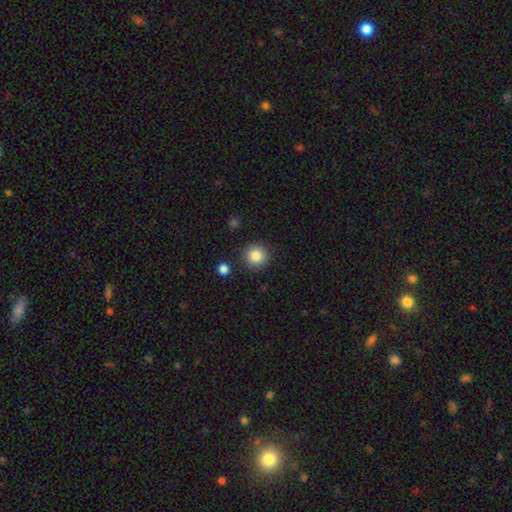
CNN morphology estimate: A smooth galaxy with no disk features (85%) that is round (94%).

Vote fractions:
- Smooth or featured? smooth: 85% / star or artifact: 10% / featured or disk: 5%
- How rounded? round: 94% / in between: 5% / cigar-shaped: 1%
- Merging? none: 89% / minor disturbance: 6% / merger: 3% / major disturbance: 2%